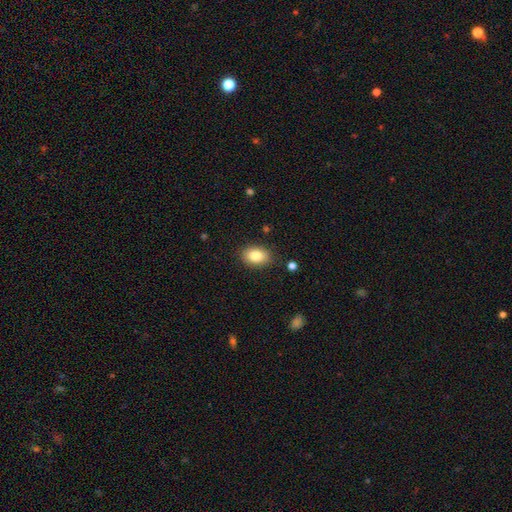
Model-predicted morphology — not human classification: Smooth or featured? Predicted: smooth (p=0.84). How rounded? Predicted: in between (p=0.83). Merging? Predicted: none (p=0.86).